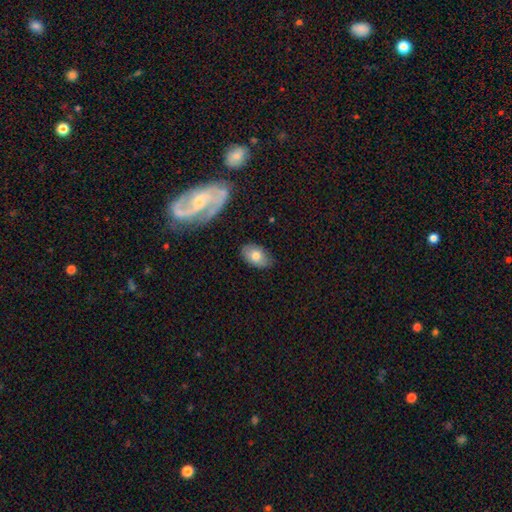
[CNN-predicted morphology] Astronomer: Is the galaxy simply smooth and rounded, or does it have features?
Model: smooth — 72%.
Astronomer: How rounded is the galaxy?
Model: in between — 90%.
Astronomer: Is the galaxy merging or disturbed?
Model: none — 78%.